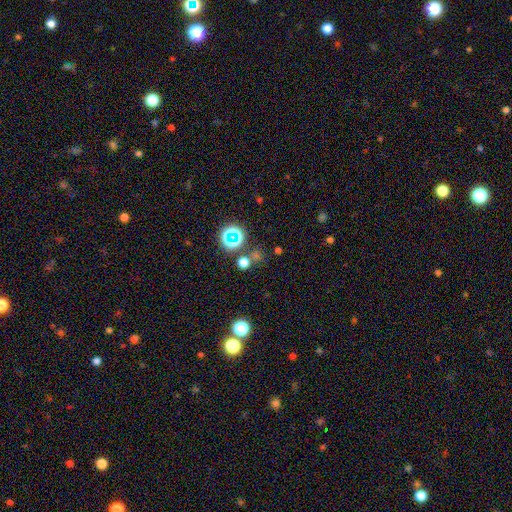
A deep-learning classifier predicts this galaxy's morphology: This appears to be a star or artifact, not a galaxy (51%).